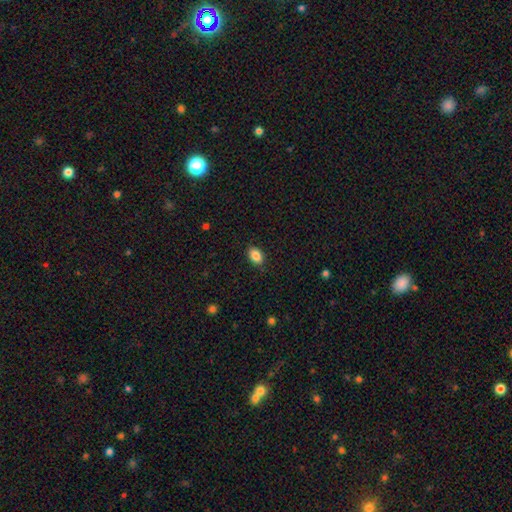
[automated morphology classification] smooth 87%, star or artifact 8%, featured or disk 5%. Down the decision tree: how rounded — in between (85%); merging — none (87%).